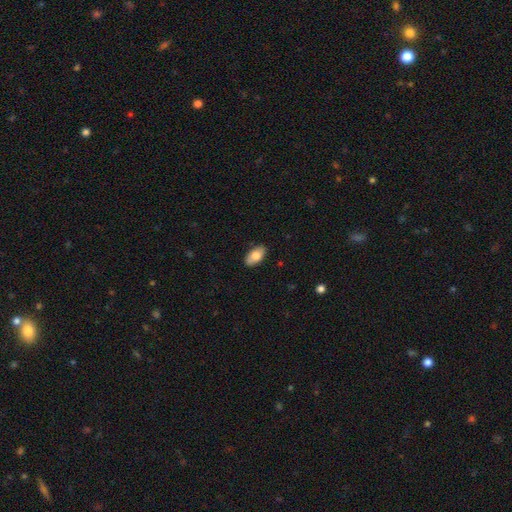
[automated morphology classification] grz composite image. It shows a smooth galaxy with no disk features (79%) that is in between round and cigar-shaped (94%). Merging: none (87%).